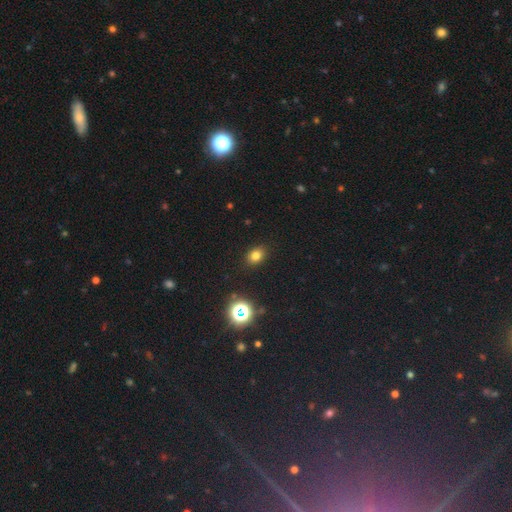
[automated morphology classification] Smooth or featured? Predicted: smooth (p=0.76). How rounded? Predicted: in between (p=0.61). Merging? Predicted: none (p=0.88).